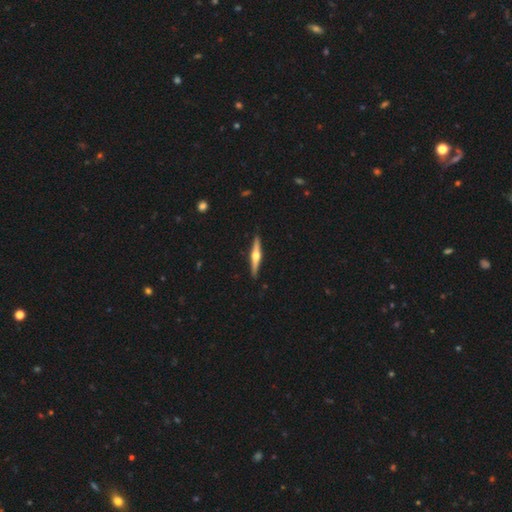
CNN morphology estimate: Smooth or featured?
  - featured or disk: 76% *
  - smooth: 20%
  - star or artifact: 5%
Edge-on disk?
  - yes: 98% *
  - no: 2%
Edge-on bulge?
  - rounded: 95% *
  - boxy: 3%
  - none: 2%
Merging?
  - none: 91% *
  - minor disturbance: 6%
  - major disturbance: 1%
  - merger: 1%